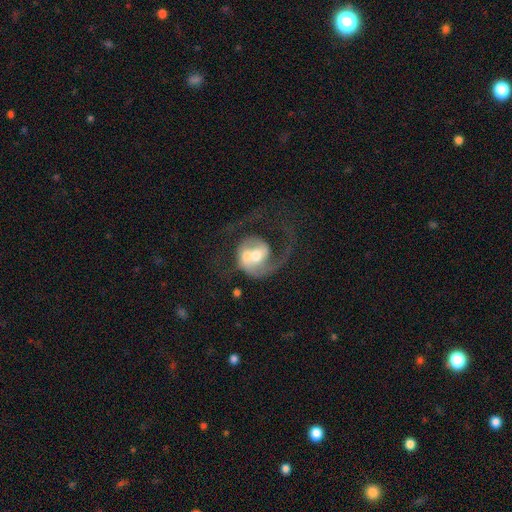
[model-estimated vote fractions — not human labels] smooth_or_featured: featured or disk (p=0.74) [alt: smooth p=0.20]
disk_edge_on: no (p=0.98) [alt: yes p=0.02]
bar: no (p=0.60) [alt: weak p=0.31]
has_spiral_arms: yes (p=0.85) [alt: no p=0.15]
spiral_winding: loose (p=0.45) [alt: medium p=0.38]
spiral_arm_count: 1 (p=0.56) [alt: 2 p=0.33]
bulge_size: moderate (p=0.64) [alt: small p=0.17]
merging: merger (p=0.41) [alt: major disturbance p=0.26]